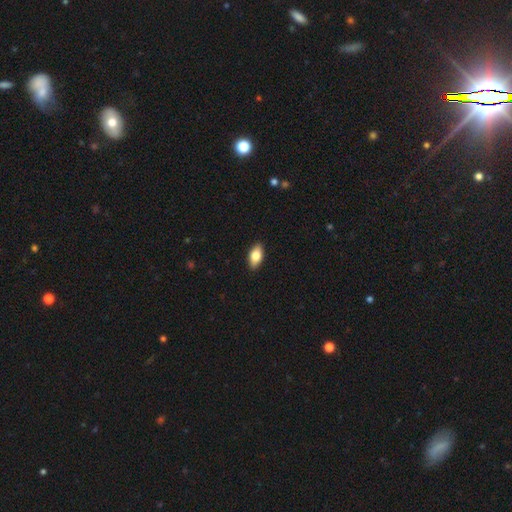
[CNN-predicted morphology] Smooth or featured: smooth — 78% (featured or disk — 15%)
How rounded: in between — 90% (cigar-shaped — 6%)
Merging: none — 90% (minor disturbance — 7%)